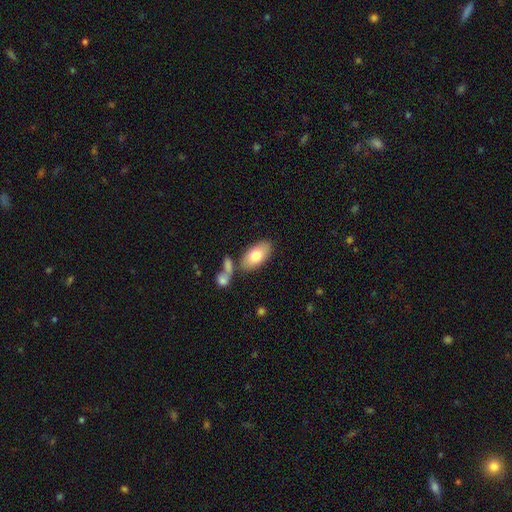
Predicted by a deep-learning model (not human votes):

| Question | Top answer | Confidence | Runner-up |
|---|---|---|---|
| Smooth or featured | smooth | 75% | featured or disk (19%) |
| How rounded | in between | 94% | round (3%) |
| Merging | none | 70% | merger (13%) |